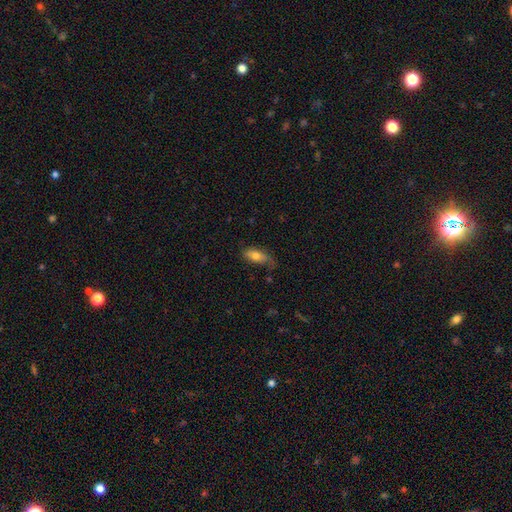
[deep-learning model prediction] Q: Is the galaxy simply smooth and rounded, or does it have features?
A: smooth — 68%.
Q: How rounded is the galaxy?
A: in between — 81%.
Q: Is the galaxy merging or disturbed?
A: none — 53%.